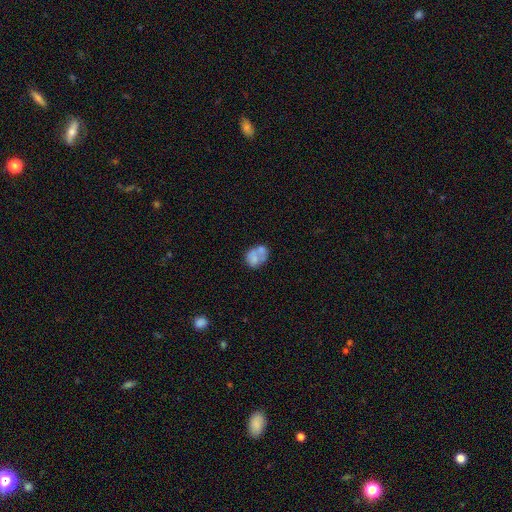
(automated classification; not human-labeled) smooth-or-featured: smooth: 59% | featured or disk: 32% | star or artifact: 9%
  how-rounded: in between: 54% | round: 45% | cigar-shaped: 1%
  merging: merger: 43% | none: 31% | minor disturbance: 16% | major disturbance: 11%